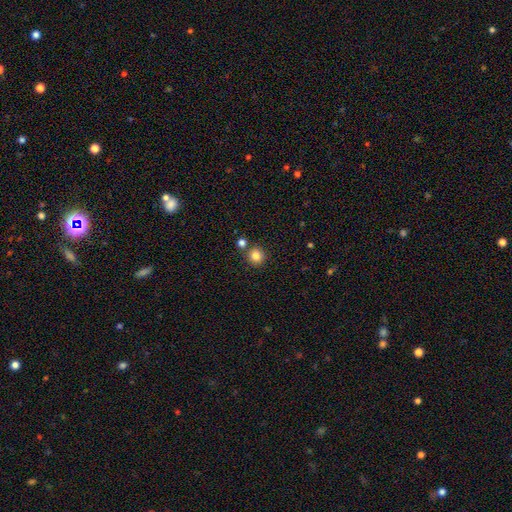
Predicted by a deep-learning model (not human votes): Smooth or featured? smooth (84%)
How rounded? round (91%)
Merging? none (79%)